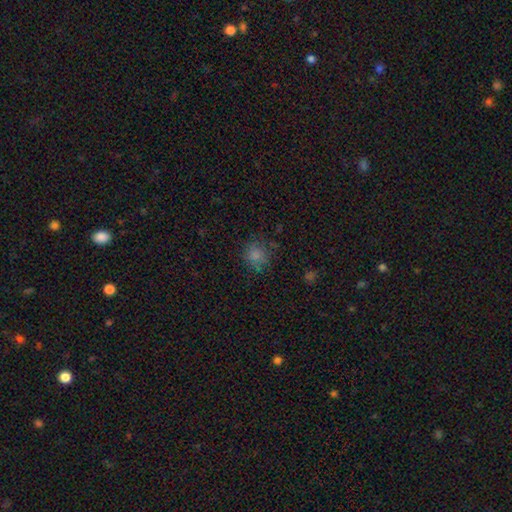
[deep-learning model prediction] smooth 77%, star or artifact 16%, featured or disk 7%. Down the decision tree: how rounded — round (83%); merging — none (76%).